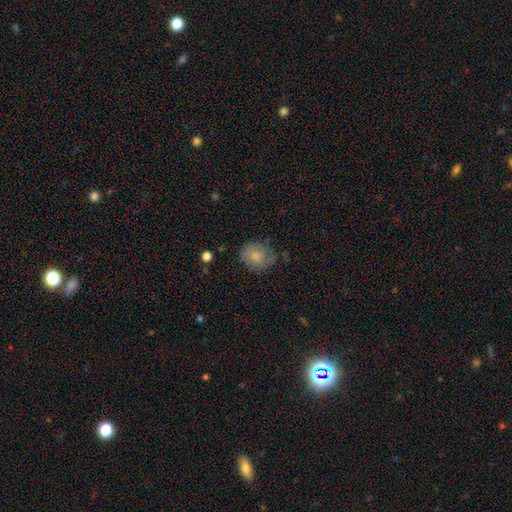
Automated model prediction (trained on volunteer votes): Smooth or featured? Predicted: smooth (p=0.73). How rounded? Predicted: round (p=0.65). Merging? Predicted: none (p=0.58).